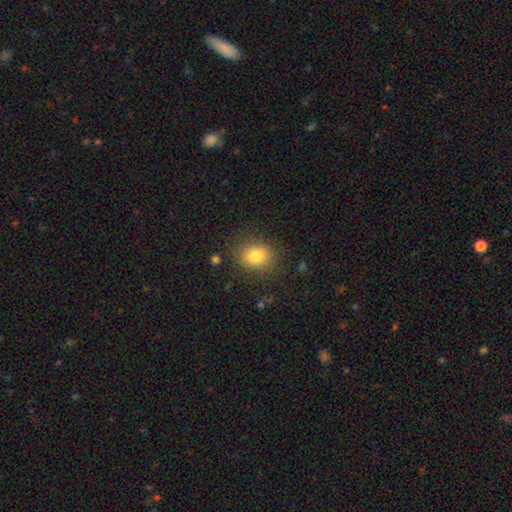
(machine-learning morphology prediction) Smooth or featured? Predicted: smooth (p=0.80). How rounded? Predicted: round (p=0.52). Merging? Predicted: none (p=0.82).